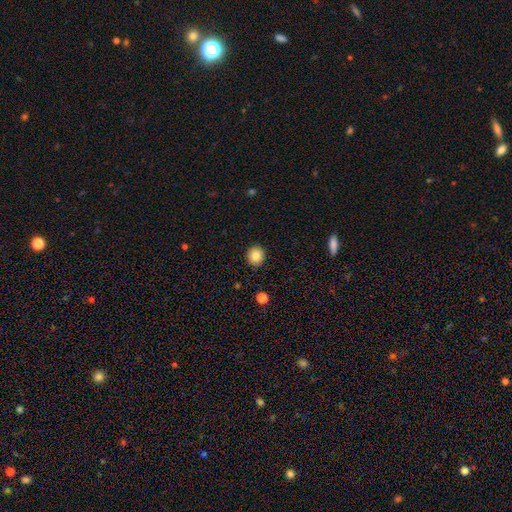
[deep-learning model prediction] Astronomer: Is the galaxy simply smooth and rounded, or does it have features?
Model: smooth — 85%.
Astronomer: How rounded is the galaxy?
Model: round — 92%.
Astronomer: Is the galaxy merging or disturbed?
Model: none — 92%.